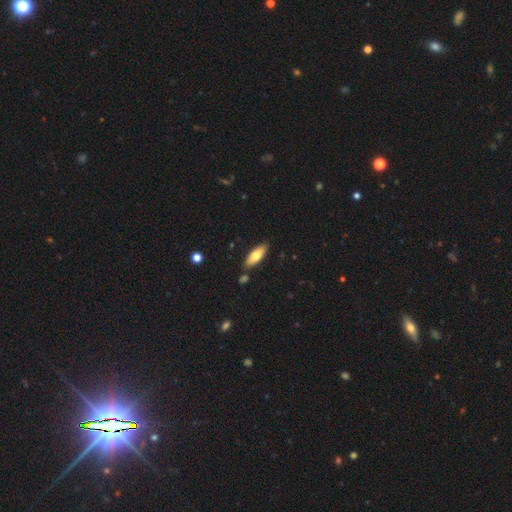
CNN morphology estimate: Smooth or featured?
  - smooth: 68% *
  - featured or disk: 26%
  - star or artifact: 6%
How rounded?
  - in between: 63% *
  - cigar-shaped: 35%
  - round: 2%
Merging?
  - none: 83% *
  - minor disturbance: 11%
  - merger: 4%
  - major disturbance: 2%